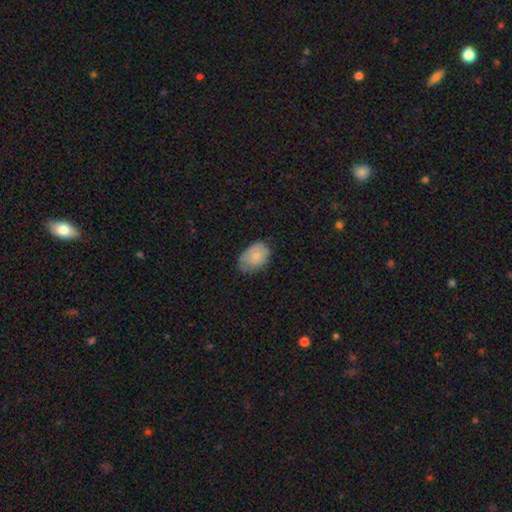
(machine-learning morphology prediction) Smooth or featured? Predicted: smooth (p=0.71). How rounded? Predicted: in between (p=0.81). Merging? Predicted: none (p=0.57).